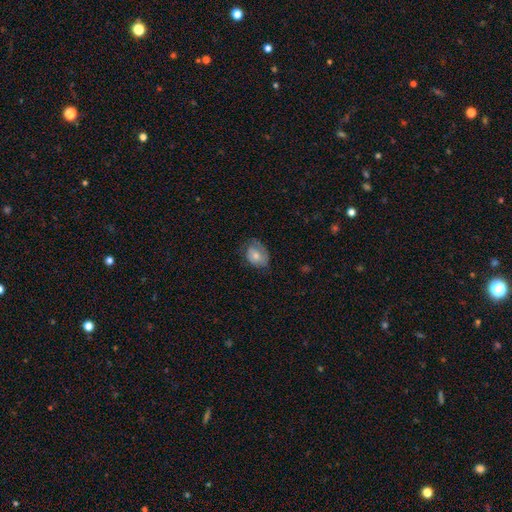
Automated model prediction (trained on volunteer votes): A smooth galaxy with no disk features (58%) that is in between round and cigar-shaped (71%). Merging: none (55%).